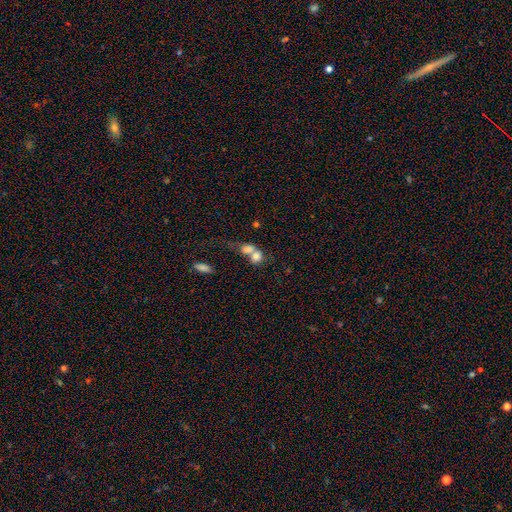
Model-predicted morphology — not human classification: Smooth or featured: smooth — 74% (featured or disk — 16%)
How rounded: round — 53% (in between — 44%)
Merging: merger — 70% (none — 18%)